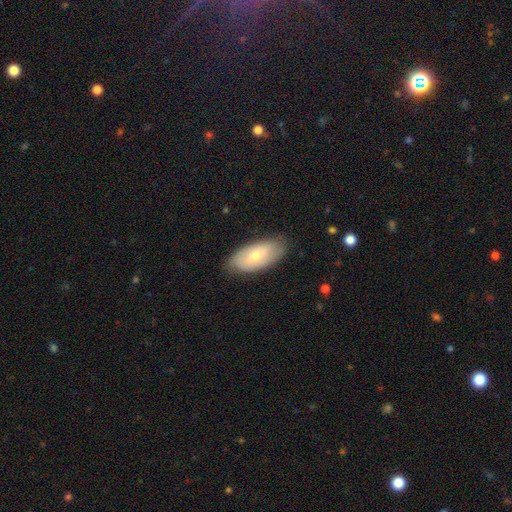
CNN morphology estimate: This appears to be a smooth galaxy with no disk features (60%) that is in between round and cigar-shaped (91%). Merging: none (81%).